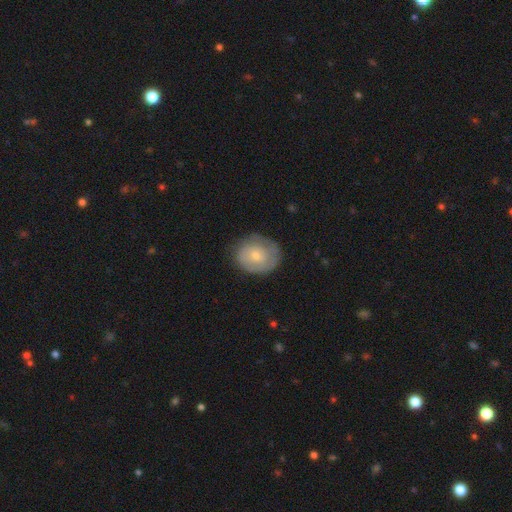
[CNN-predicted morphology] This appears to be a smooth galaxy with no disk features (50%) that is round (60%). Merging: none (71%).